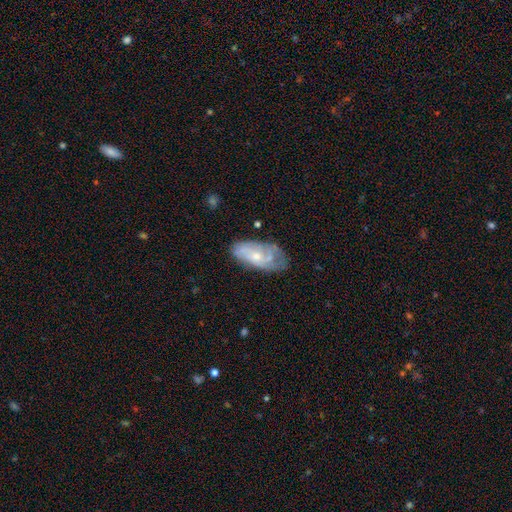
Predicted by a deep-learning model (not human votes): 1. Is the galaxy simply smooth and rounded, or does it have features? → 58% featured or disk, 35% smooth, 7% star or artifact.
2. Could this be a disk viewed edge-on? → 92% no, 8% yes.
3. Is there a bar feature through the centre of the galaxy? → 77% no, 20% weak, 3% strong.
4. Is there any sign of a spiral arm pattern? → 64% yes, 36% no.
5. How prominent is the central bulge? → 54% small, 40% moderate, 3% none, 2% large, 1% dominant.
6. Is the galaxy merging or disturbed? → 61% none, 27% minor disturbance, 10% major disturbance, 3% merger.